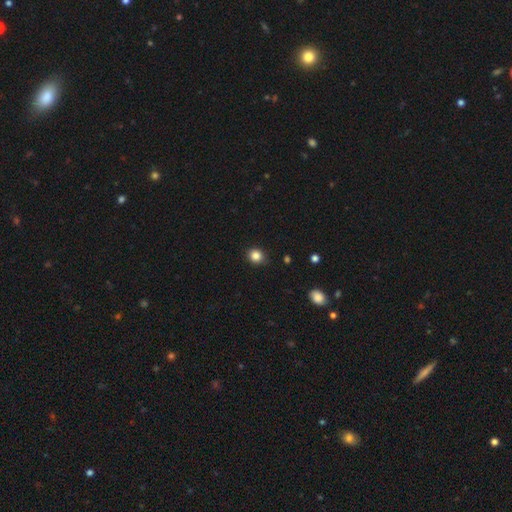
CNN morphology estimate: Q: Smooth or featured?
A: smooth (85%); runner-up: star or artifact (11%)
Q: How rounded?
A: round (78%); runner-up: in between (21%)
Q: Merging?
A: none (87%); runner-up: minor disturbance (10%)